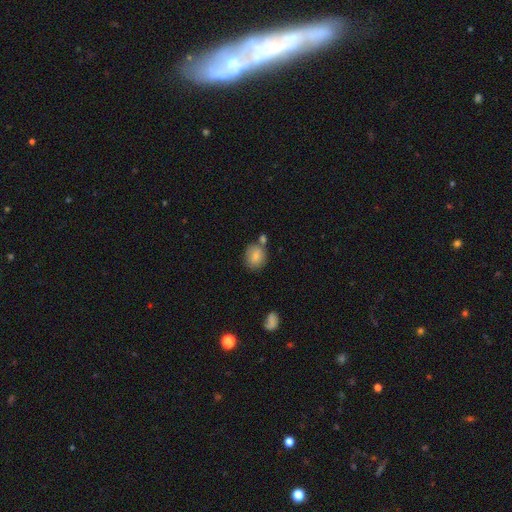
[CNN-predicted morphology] Overall: smooth (81%). How rounded: round (59%; in between 40%). Merging: none (65%).